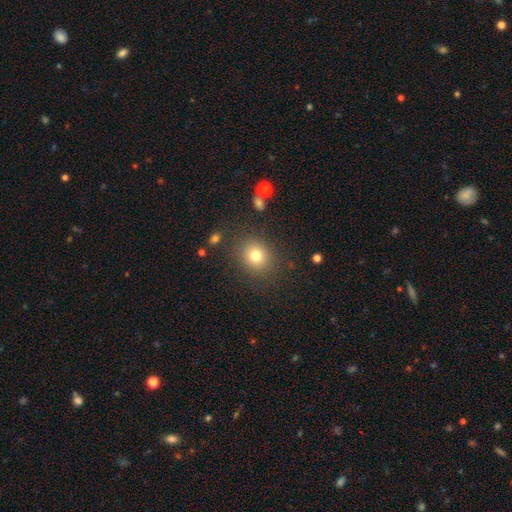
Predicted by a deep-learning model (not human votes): Morphology: type=smooth (78%); roundness=round (77%); merging=none (85%).